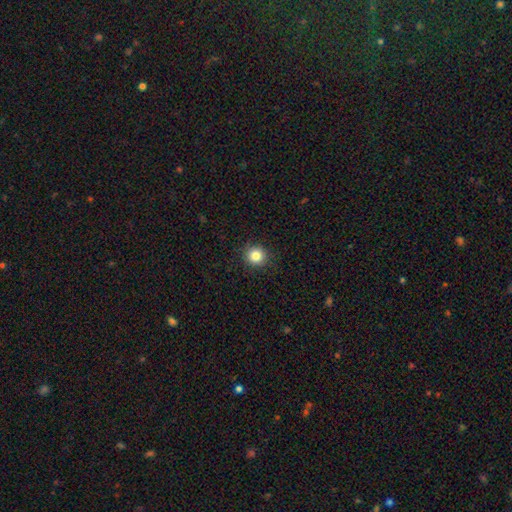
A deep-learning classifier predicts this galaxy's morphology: Q: Smooth or featured?
A: smooth (84%); runner-up: star or artifact (11%)
Q: How rounded?
A: round (93%); runner-up: in between (6%)
Q: Merging?
A: none (90%); runner-up: minor disturbance (7%)